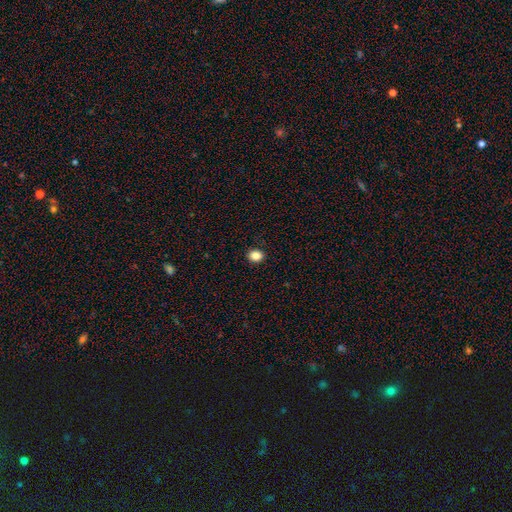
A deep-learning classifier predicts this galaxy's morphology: type=smooth (85%); roundness=round (58%); merging=none (92%).